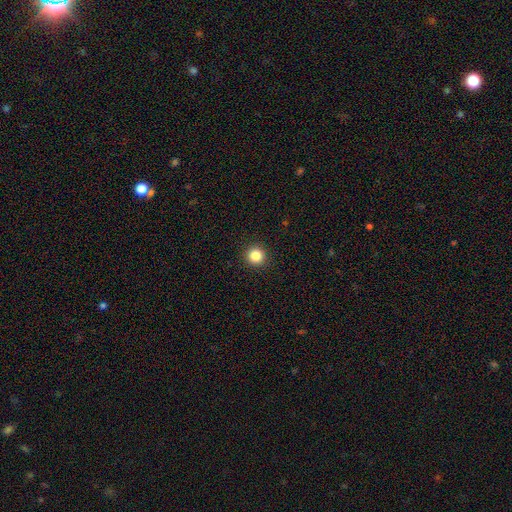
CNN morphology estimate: A smooth galaxy with no disk features (85%) that is round (95%). Merging: none (93%).